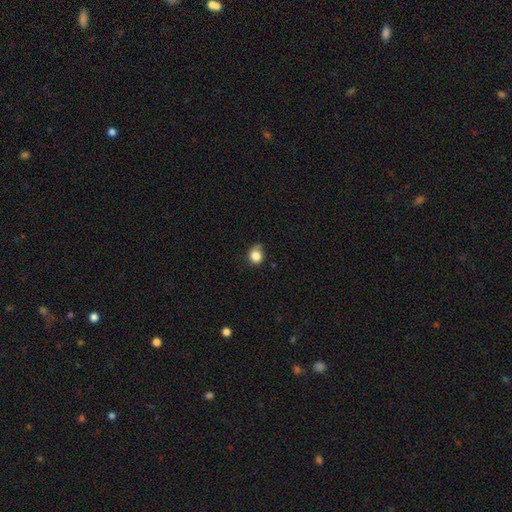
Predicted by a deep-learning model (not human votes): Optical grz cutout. It shows a smooth galaxy with no disk features (84%) that is round (78%). Merging: none (62%).